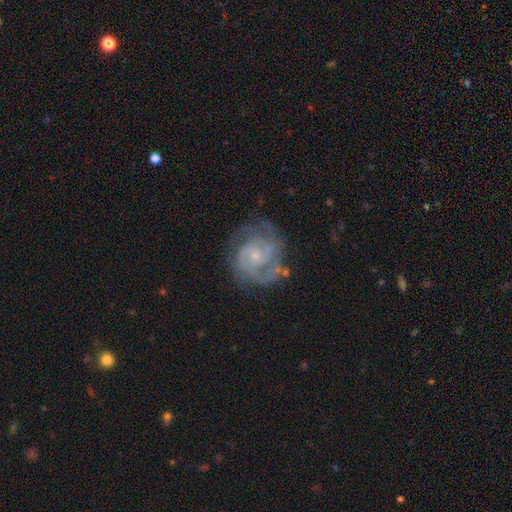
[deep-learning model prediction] The model was most divided on "spiral winding": tight: 62%, medium: 32%, loose: 5%. More confident: edge-on disk — no (98%); spiral arms — yes (97%); smooth or featured — featured or disk (89%); bulge size — small (72%); merging — none (70%); bar — no (65%); spiral arm count — 2 (60%).